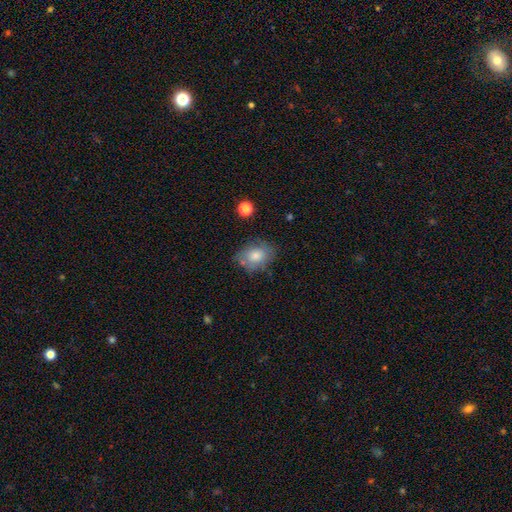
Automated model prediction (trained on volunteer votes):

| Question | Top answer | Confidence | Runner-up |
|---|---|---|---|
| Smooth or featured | smooth | 75% | featured or disk (16%) |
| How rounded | in between | 64% | round (35%) |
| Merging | none | 65% | minor disturbance (23%) |